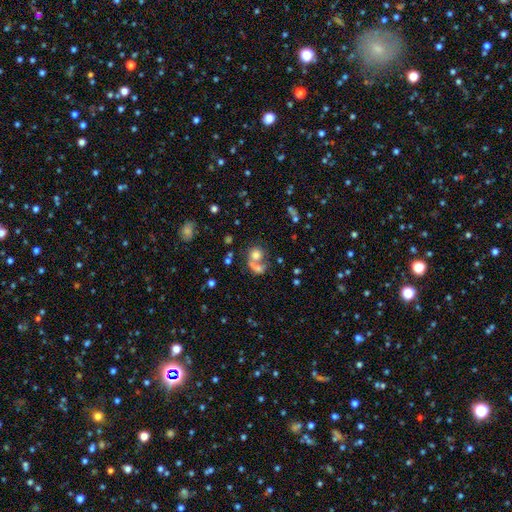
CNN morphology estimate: Smooth or featured: smooth — 66% (featured or disk — 20%)
How rounded: round — 68% (in between — 29%)
Merging: merger — 54% (none — 30%)